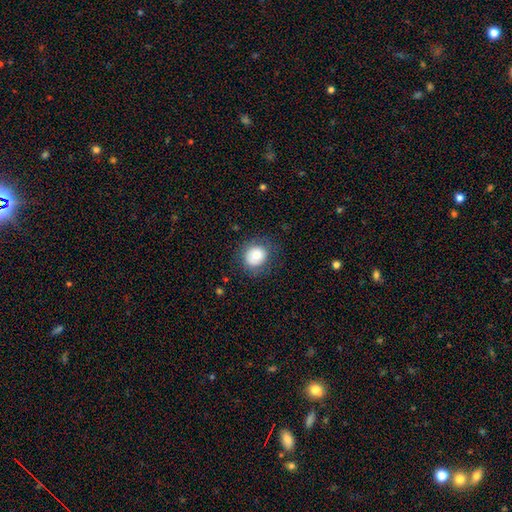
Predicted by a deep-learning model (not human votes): A smooth galaxy with no disk features (79%) that is round (81%). Merging: none (78%).